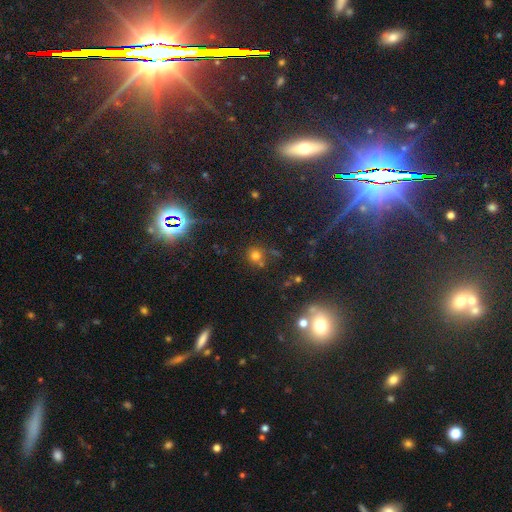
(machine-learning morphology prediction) Q: Smooth or featured?
A: smooth (68%); runner-up: star or artifact (24%)
Q: How rounded?
A: round (89%); runner-up: in between (10%)
Q: Merging?
A: none (70%); runner-up: merger (15%)